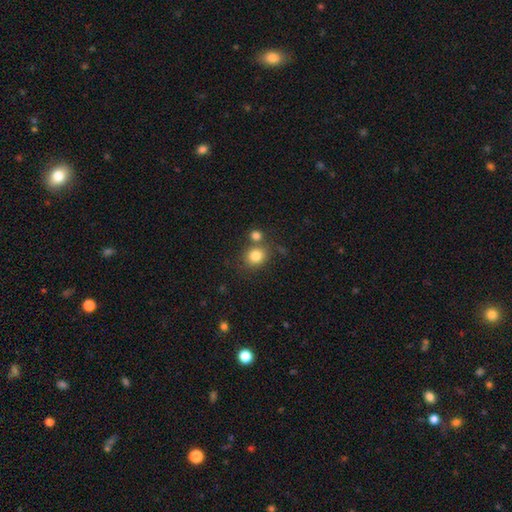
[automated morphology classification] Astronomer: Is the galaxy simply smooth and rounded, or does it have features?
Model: smooth — 82%.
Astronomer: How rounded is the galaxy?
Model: round — 79%.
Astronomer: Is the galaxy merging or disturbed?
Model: none — 65%.